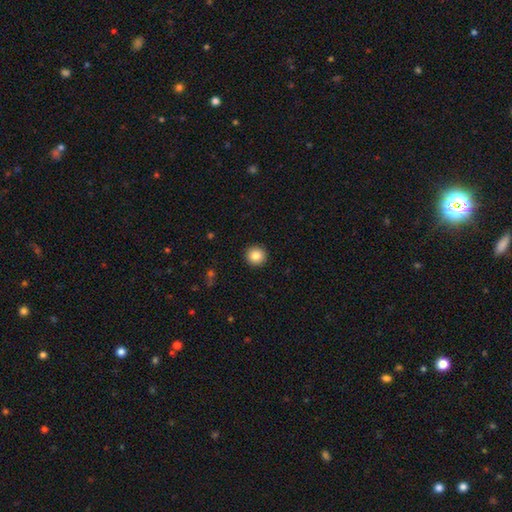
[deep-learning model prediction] This is clearly a smooth galaxy (85%). How rounded: clearly round (95%). Merging: clearly none (93%).